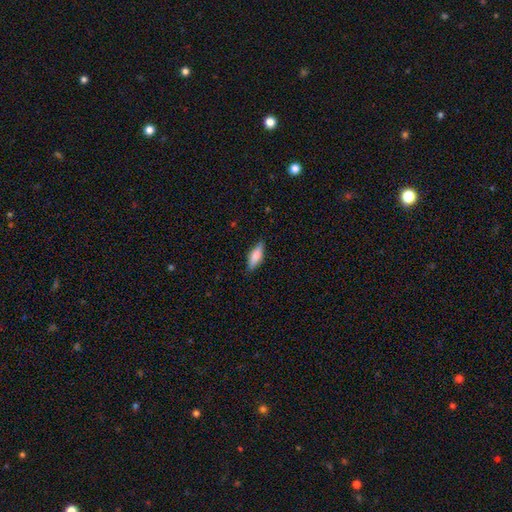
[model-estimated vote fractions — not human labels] Overall: smooth (76%). How rounded: in between (63%; cigar-shaped 35%). Merging: none (84%).